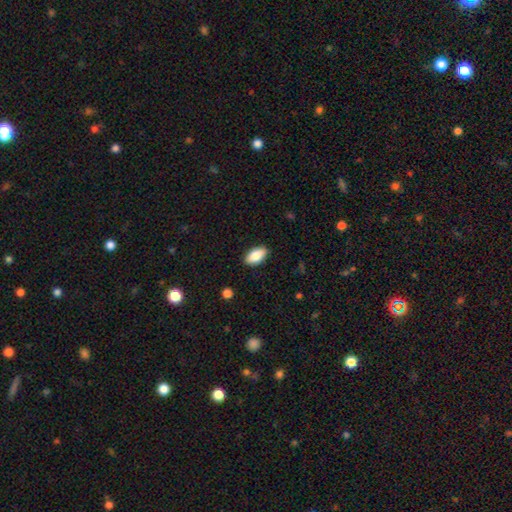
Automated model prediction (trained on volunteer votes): Morphology: type=smooth (85%); roundness=in between (93%); merging=none (88%).